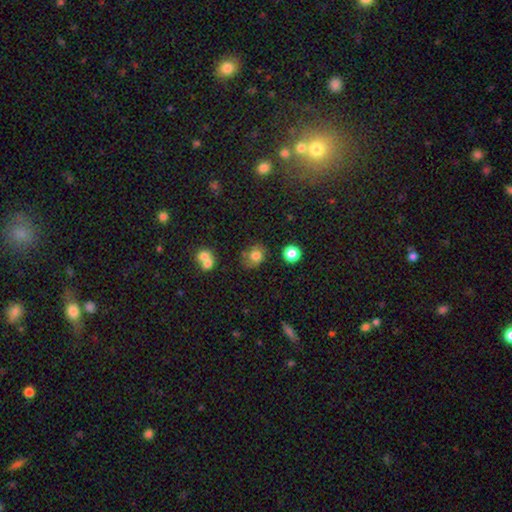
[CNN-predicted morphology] This appears to be a smooth galaxy with no disk features (76%) that is round (60%). Merging: none (61%).